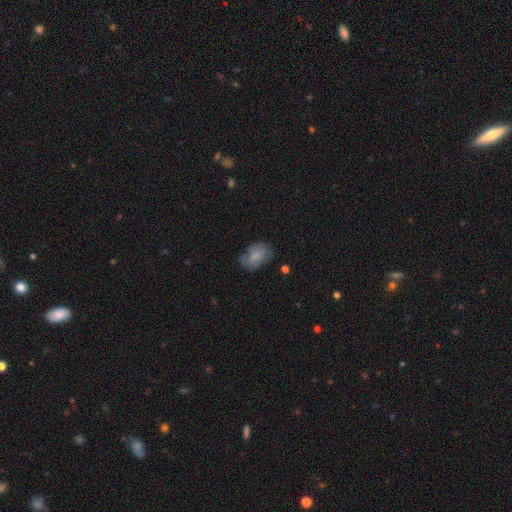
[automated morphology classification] smooth_or_featured: smooth (p=0.73) [alt: featured or disk p=0.19]
how_rounded: in between (p=0.81) [alt: round p=0.18]
merging: none (p=0.60) [alt: minor disturbance p=0.27]